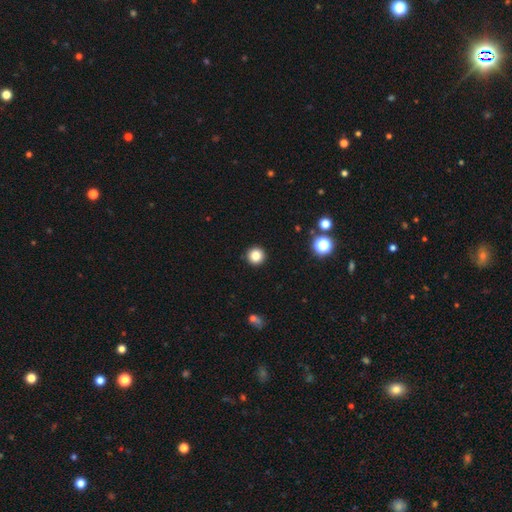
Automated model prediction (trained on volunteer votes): Morphology: type=smooth (83%); roundness=round (96%); merging=none (93%).